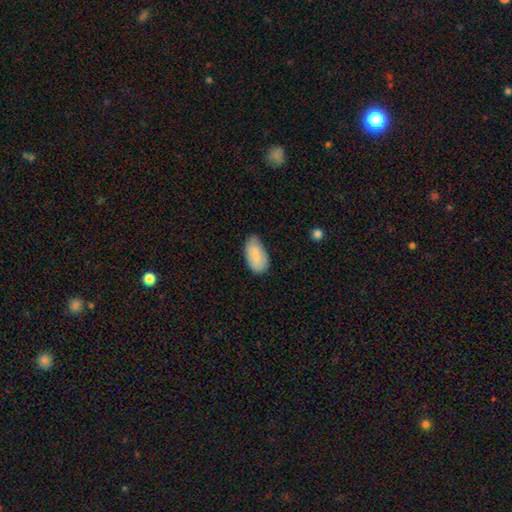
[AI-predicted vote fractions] Smooth or featured? smooth (82%)
How rounded? in between (95%)
Merging? none (62%)